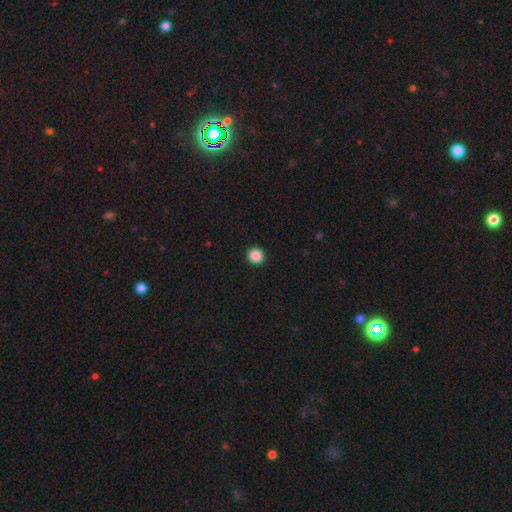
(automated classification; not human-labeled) Smooth or featured?
  - smooth: 88% *
  - star or artifact: 9%
  - featured or disk: 2%
How rounded?
  - round: 92% *
  - in between: 7%
  - cigar-shaped: 1%
Merging?
  - none: 93% *
  - minor disturbance: 4%
  - major disturbance: 2%
  - merger: 1%